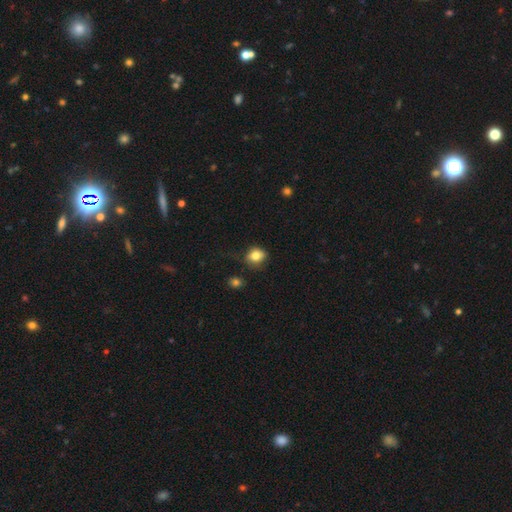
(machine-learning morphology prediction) A smooth galaxy with no disk features (80%) that is round (67%).

Vote fractions:
- Smooth or featured? smooth: 80% / star or artifact: 10% / featured or disk: 10%
- How rounded? round: 67% / in between: 32% / cigar-shaped: 1%
- Merging? none: 66% / minor disturbance: 25% / major disturbance: 7% / merger: 3%